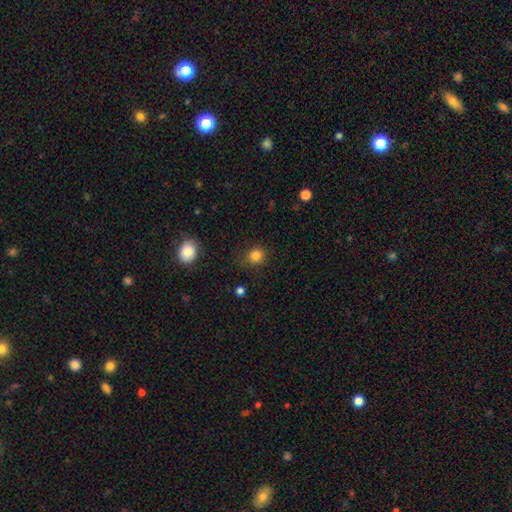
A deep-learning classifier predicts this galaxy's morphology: Smooth or featured: smooth — 84% (star or artifact — 11%)
How rounded: round — 79% (in between — 20%)
Merging: none — 80% (minor disturbance — 14%)